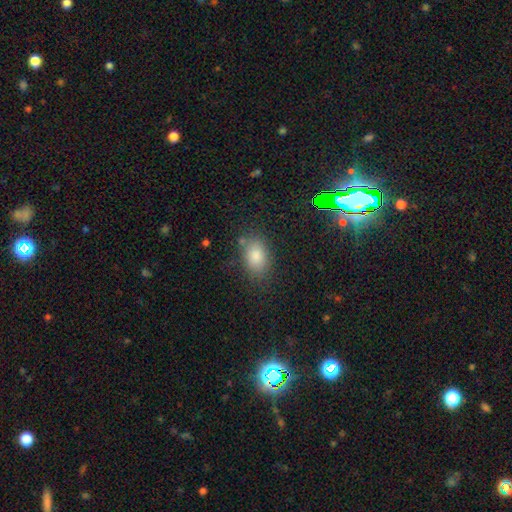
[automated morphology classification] Smooth or featured?
  - smooth: 77% *
  - star or artifact: 15%
  - featured or disk: 8%
How rounded?
  - in between: 82% *
  - round: 16%
  - cigar-shaped: 2%
Merging?
  - none: 78% *
  - minor disturbance: 14%
  - major disturbance: 4%
  - merger: 4%